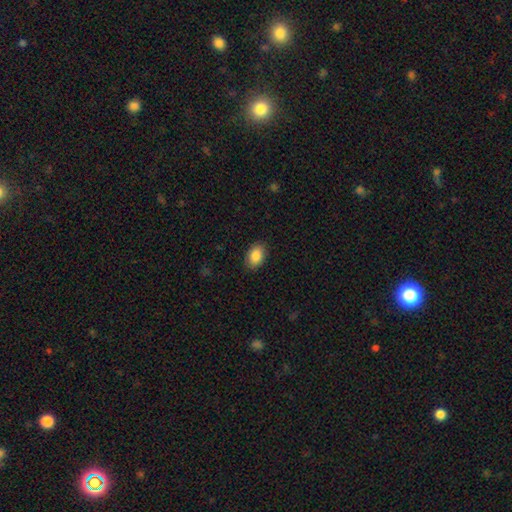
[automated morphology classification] smooth_or_featured: smooth (p=0.87) [alt: star or artifact p=0.07]
how_rounded: in between (p=0.85) [alt: round p=0.14]
merging: none (p=0.87) [alt: minor disturbance p=0.10]